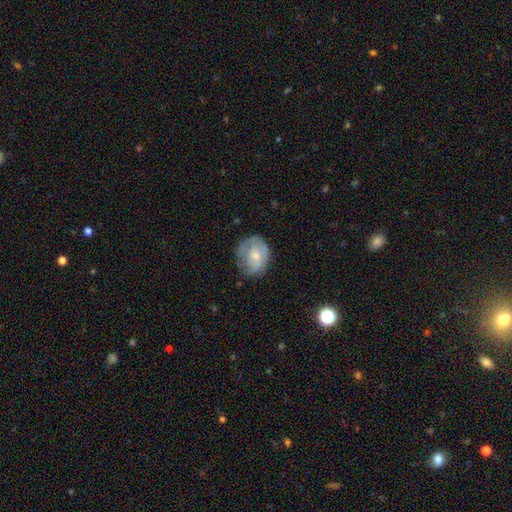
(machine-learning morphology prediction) A smooth galaxy with no disk features (53%) that is round (52%). Merging: none (56%).